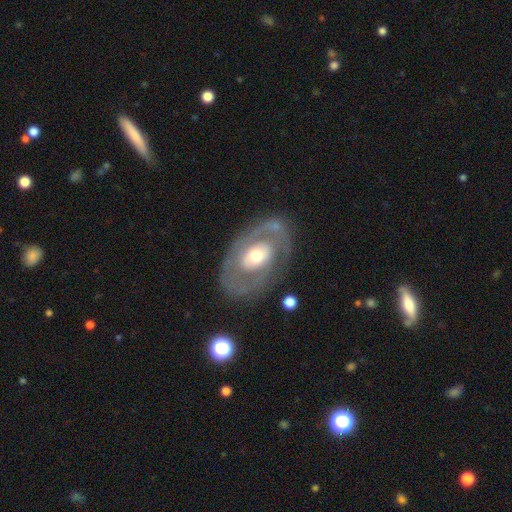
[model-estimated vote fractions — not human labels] smooth-or-featured: featured or disk: 70% | smooth: 24% | star or artifact: 5%
  disk-edge-on: no: 93% | yes: 7%
    bar: no: 72% | weak: 20% | strong: 8%
    has-spiral-arms: no: 55% | yes: 45%
    bulge-size: moderate: 67% | large: 17% | small: 13% | dominant: 2% | none: 1%
  merging: none: 74% | minor disturbance: 15% | major disturbance: 9% | merger: 2%